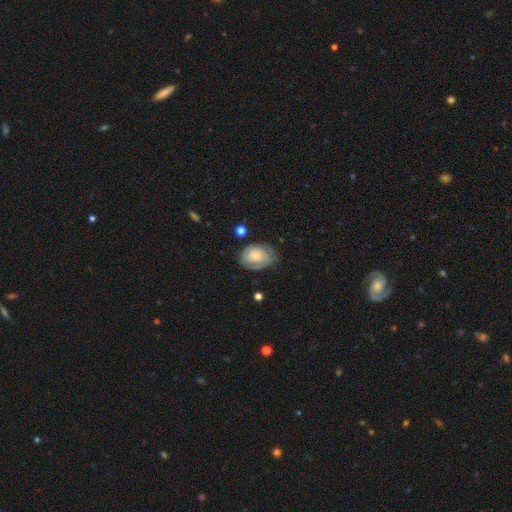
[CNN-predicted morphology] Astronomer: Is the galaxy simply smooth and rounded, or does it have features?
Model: featured or disk — 70%.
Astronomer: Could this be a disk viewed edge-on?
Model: no — 97%.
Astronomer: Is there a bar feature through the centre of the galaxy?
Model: no — 72%.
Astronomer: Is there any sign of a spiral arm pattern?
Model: yes — 90%.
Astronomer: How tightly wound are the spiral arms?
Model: tight — 68%.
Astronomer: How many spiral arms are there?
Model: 2 — 44% (runner-up: can't tell, 30%).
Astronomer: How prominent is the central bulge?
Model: small — 62%.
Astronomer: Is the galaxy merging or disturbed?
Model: none — 72%.